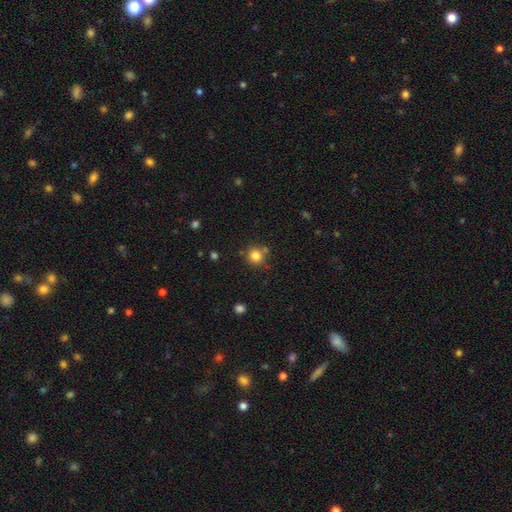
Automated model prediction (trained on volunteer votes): Overall: smooth (82%). How rounded: round (93%). Merging: none (77%).